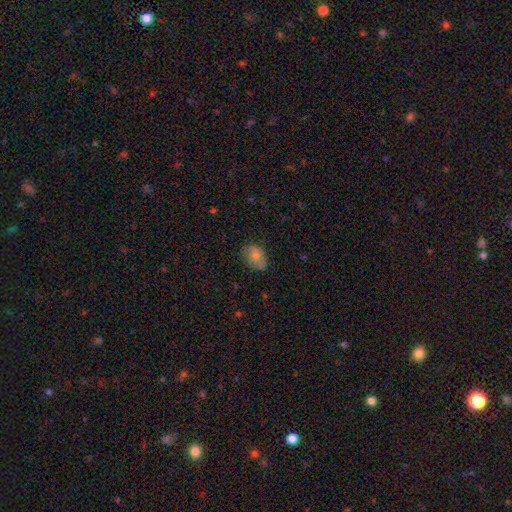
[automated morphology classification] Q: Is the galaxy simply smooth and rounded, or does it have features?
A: smooth — 75%.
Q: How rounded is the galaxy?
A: in between — 72%.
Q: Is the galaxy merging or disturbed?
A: none — 64%.